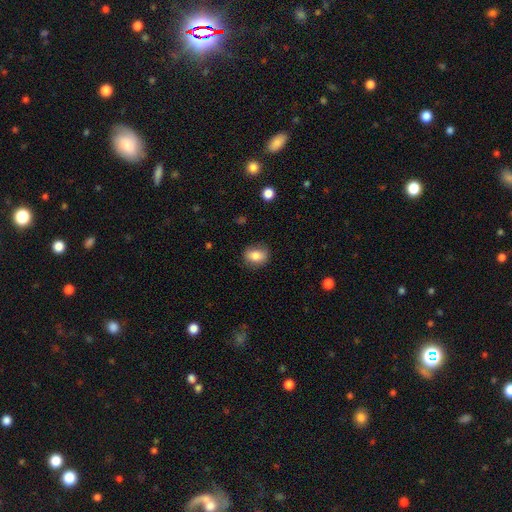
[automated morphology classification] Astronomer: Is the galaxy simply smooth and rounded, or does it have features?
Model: smooth — 81%.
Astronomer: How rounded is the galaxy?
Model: in between — 57% (runner-up: round, 41%).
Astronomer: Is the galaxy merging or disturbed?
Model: none — 83%.